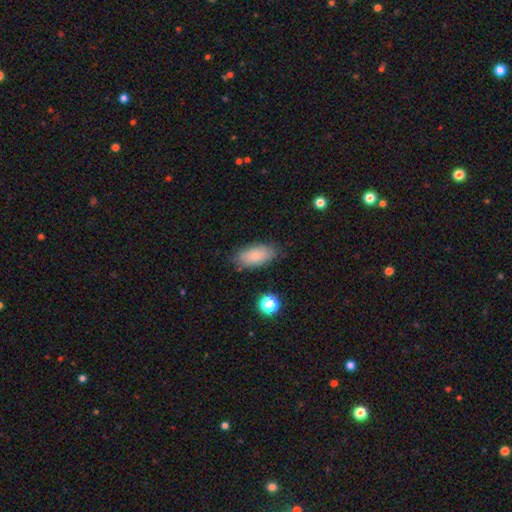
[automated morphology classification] smooth-or-featured: smooth: 81% | featured or disk: 11% | star or artifact: 8%
  how-rounded: in between: 91% | cigar-shaped: 6% | round: 3%
  merging: none: 80% | minor disturbance: 14% | major disturbance: 4% | merger: 2%